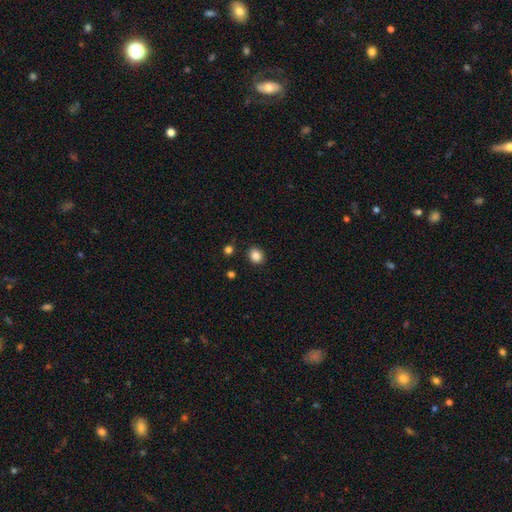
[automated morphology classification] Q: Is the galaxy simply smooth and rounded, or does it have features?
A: smooth — 86%.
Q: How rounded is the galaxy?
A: round — 69%.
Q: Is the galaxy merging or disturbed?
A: none — 89%.